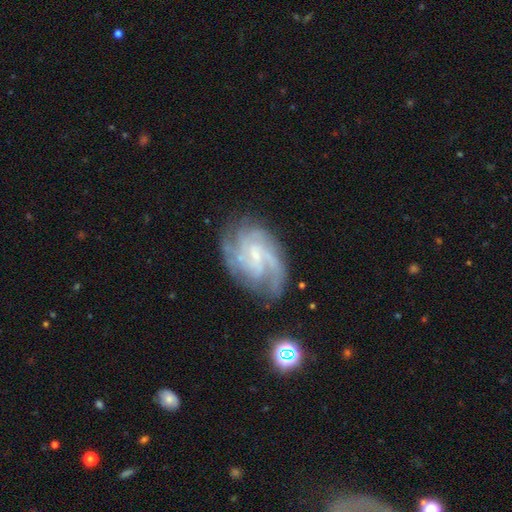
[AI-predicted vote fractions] This is clearly a featured or disk galaxy (85%). It is clearly not viewed edge-on (97%). Bar: possibly no (49%). Spiral arm pattern: clearly yes (96%). Spiral arm count: marginally can't tell (26%). Spiral winding: possibly tight (46%). Central bulge: likely small (75%). Merging: likely none (71%).